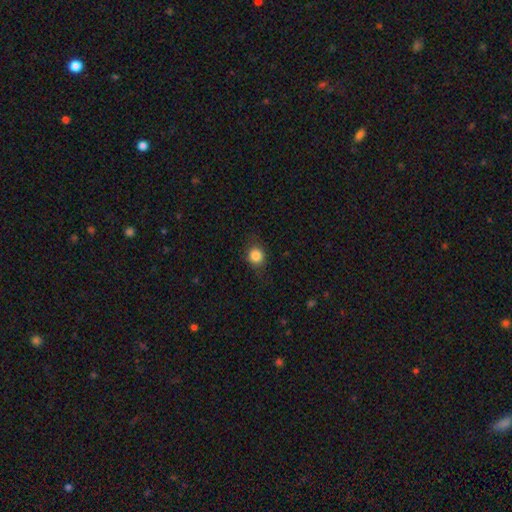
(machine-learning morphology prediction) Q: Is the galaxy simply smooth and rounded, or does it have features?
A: smooth — 84%.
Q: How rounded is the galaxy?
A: round — 79%.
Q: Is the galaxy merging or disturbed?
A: none — 81%.